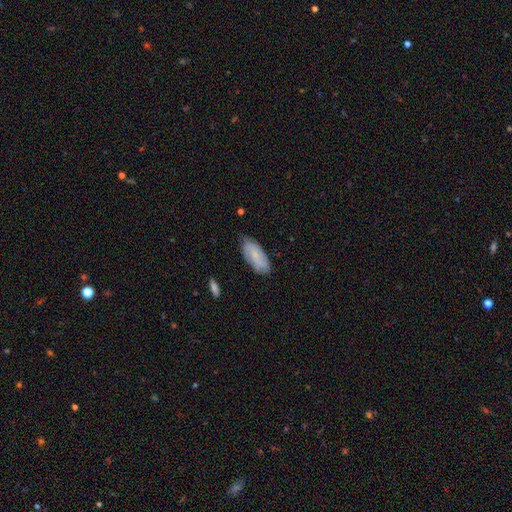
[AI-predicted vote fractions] Smooth or featured? Predicted: smooth (p=0.57). How rounded? Predicted: in between (p=0.86). Merging? Predicted: none (p=0.76).